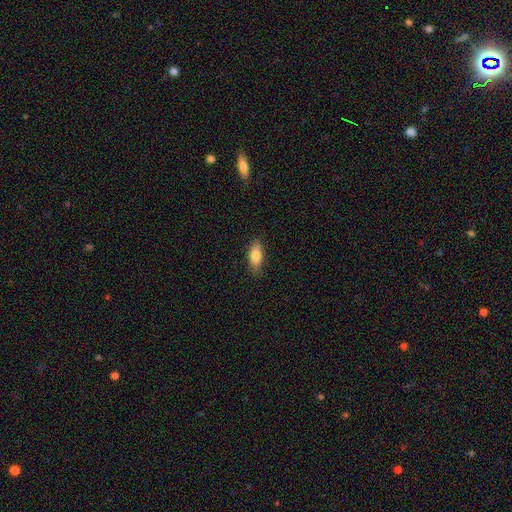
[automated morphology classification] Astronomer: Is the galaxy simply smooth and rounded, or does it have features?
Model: smooth — 78%.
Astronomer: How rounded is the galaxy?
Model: in between — 77%.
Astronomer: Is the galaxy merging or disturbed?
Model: none — 84%.